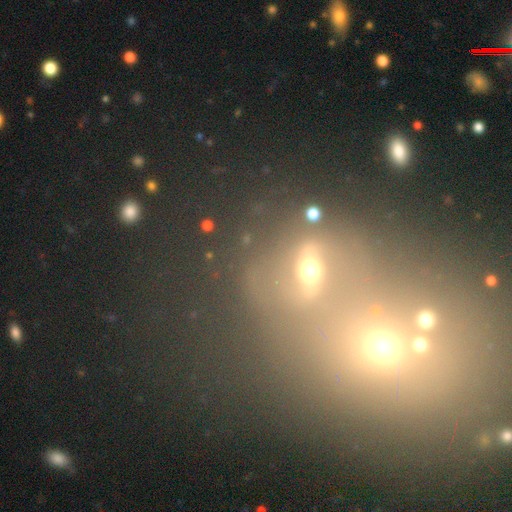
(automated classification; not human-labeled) Q: Smooth or featured?
A: smooth (41%); runner-up: star or artifact (36%)
Q: Merging?
A: merger (41%); runner-up: none (39%)